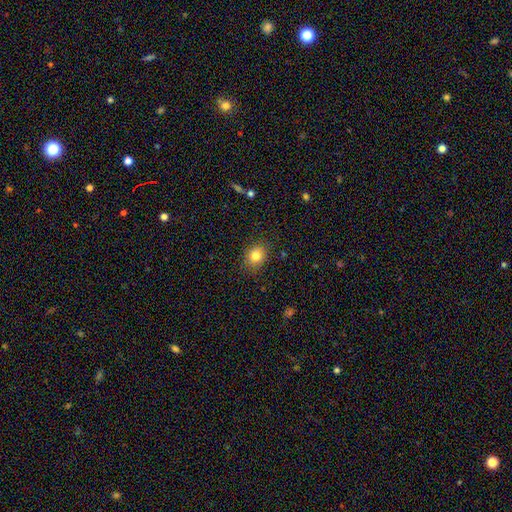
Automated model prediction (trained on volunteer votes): A smooth galaxy with no disk features (82%) that is round (58%). Merging: none (86%).